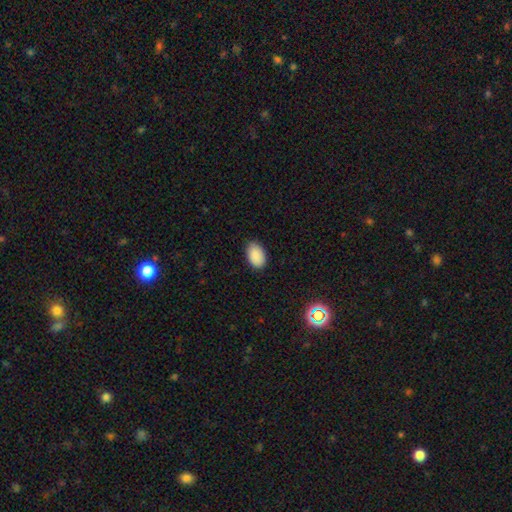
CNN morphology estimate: Smooth or featured? Predicted: smooth (p=0.90). How rounded? Predicted: in between (p=0.93). Merging? Predicted: none (p=0.86).